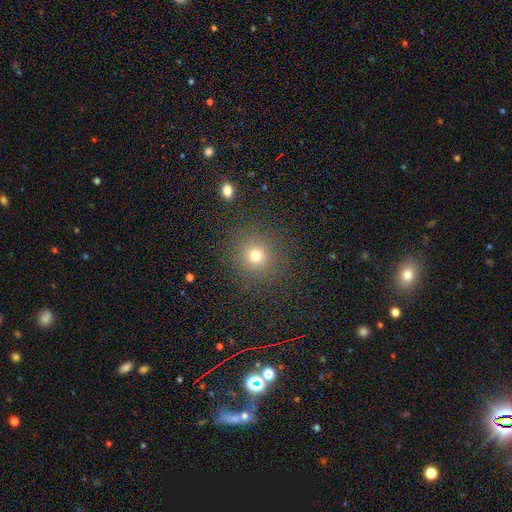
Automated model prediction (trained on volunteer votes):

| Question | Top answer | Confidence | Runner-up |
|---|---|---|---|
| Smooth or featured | smooth | 72% | star or artifact (19%) |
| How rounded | round | 90% | in between (9%) |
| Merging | none | 87% | minor disturbance (7%) |